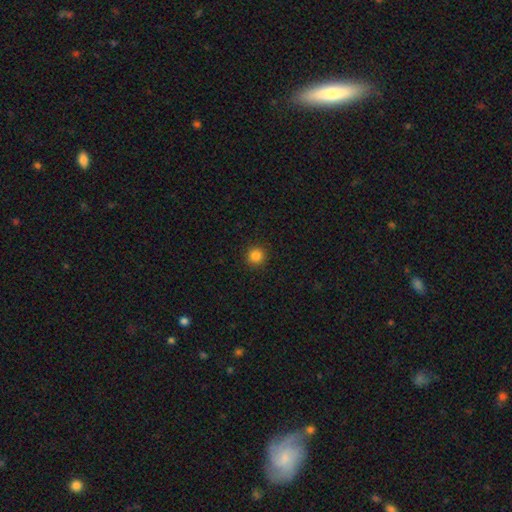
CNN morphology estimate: This is clearly a smooth galaxy (84%). How rounded: clearly round (95%). Merging: clearly none (93%).